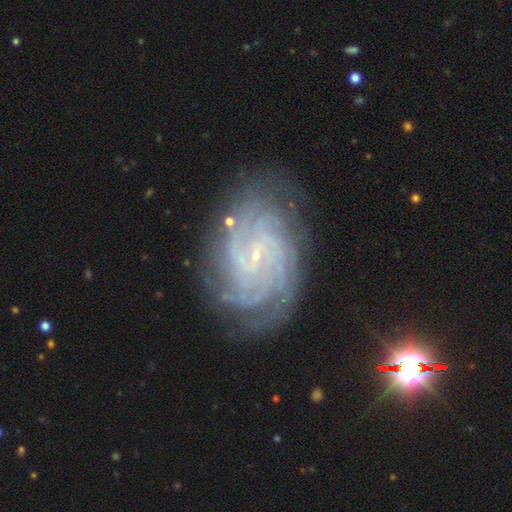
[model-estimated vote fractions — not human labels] smooth_or_featured: featured or disk (p=0.89) [alt: star or artifact p=0.06]
disk_edge_on: no (p=0.97) [alt: yes p=0.03]
bar: no (p=0.43) [tied with: weak p=0.43]
has_spiral_arms: yes (p=0.98) [alt: no p=0.02]
spiral_winding: tight (p=0.72) [alt: medium p=0.24]
spiral_arm_count: 4 (p=0.27) [alt: can't tell p=0.20]
bulge_size: small (p=0.86) [alt: moderate p=0.06]
merging: none (p=0.78) [alt: minor disturbance p=0.15]